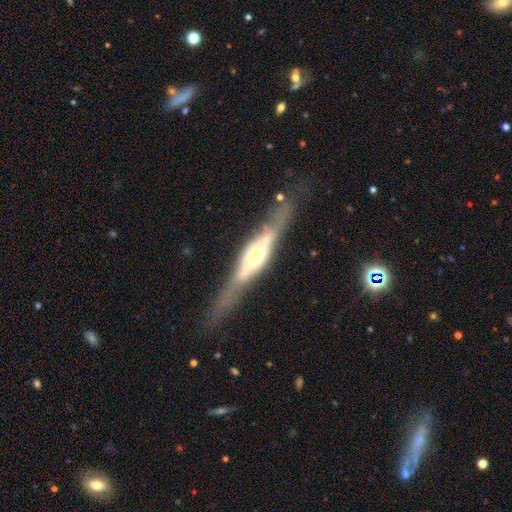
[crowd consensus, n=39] Smooth or featured? featured or disk (79%)
Edge-on disk? yes (97%)
Edge-on bulge? rounded (67%)
Merging? none (71%)